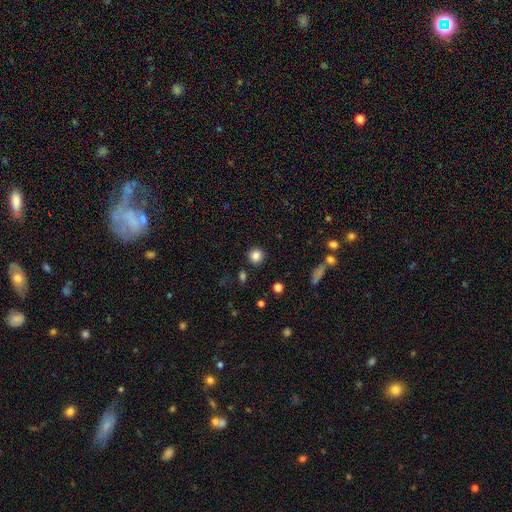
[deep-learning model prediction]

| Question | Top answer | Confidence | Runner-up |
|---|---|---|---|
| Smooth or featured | smooth | 84% | star or artifact (10%) |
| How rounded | round | 93% | in between (6%) |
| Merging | none | 90% | minor disturbance (6%) |